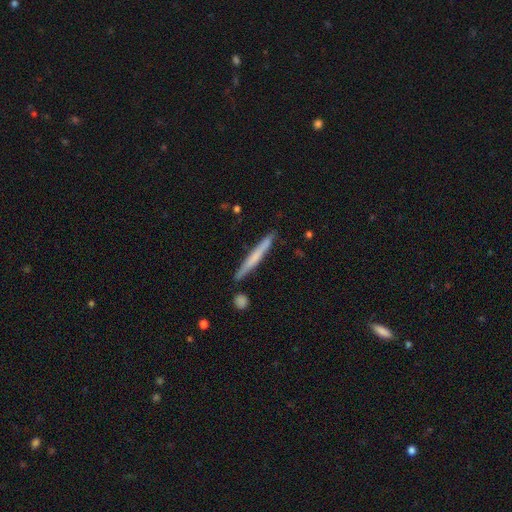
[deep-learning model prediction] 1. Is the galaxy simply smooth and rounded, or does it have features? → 55% smooth, 39% featured or disk, 6% star or artifact.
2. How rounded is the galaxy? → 97% cigar-shaped, 2% in between, 1% round.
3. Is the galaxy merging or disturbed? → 85% none, 9% minor disturbance, 3% merger, 2% major disturbance.